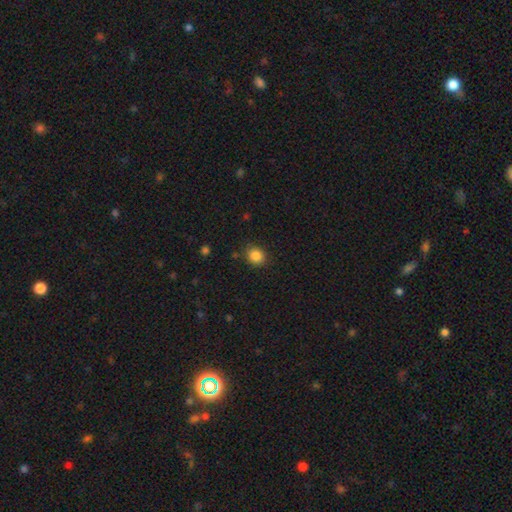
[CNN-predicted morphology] Smooth or featured? Predicted: smooth (p=0.86). How rounded? Predicted: round (p=0.69). Merging? Predicted: none (p=0.85).